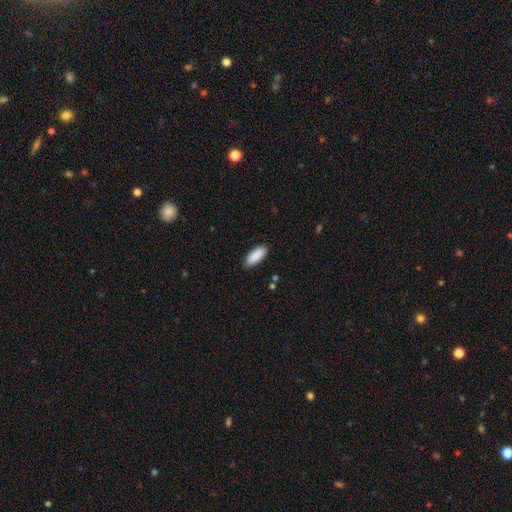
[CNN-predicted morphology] smooth 91%, star or artifact 6%, featured or disk 3%. Down the decision tree: how rounded — in between (84%); merging — none (89%).